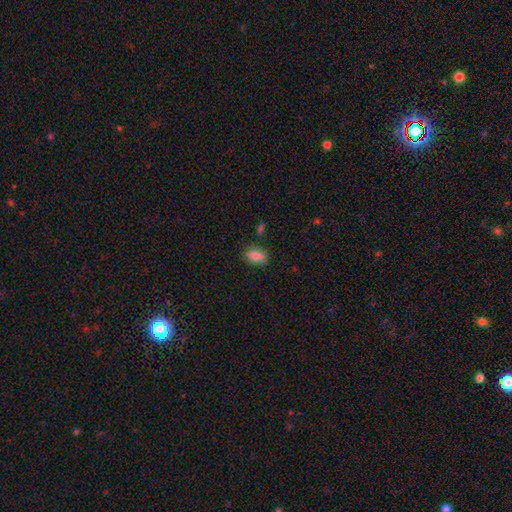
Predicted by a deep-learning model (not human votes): smooth 84%, star or artifact 8%, featured or disk 8%. Down the decision tree: how rounded — in between (88%); merging — none (80%).